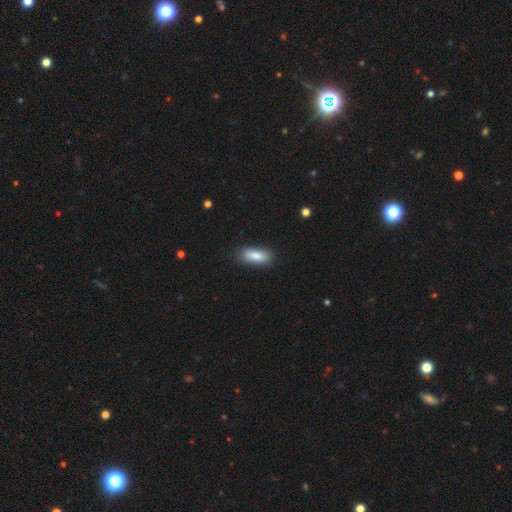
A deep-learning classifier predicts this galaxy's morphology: This is clearly a smooth galaxy (87%). How rounded: likely in between (74%). Merging: clearly none (83%).